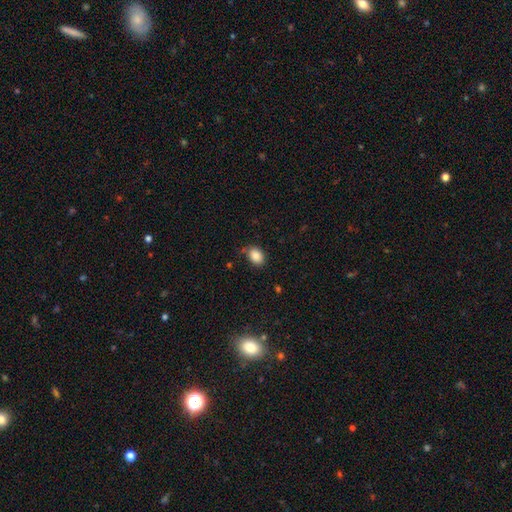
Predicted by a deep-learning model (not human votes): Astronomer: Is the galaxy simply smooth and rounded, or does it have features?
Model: smooth — 87%.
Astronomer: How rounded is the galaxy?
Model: in between — 72%.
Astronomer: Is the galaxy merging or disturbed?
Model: none — 74%.